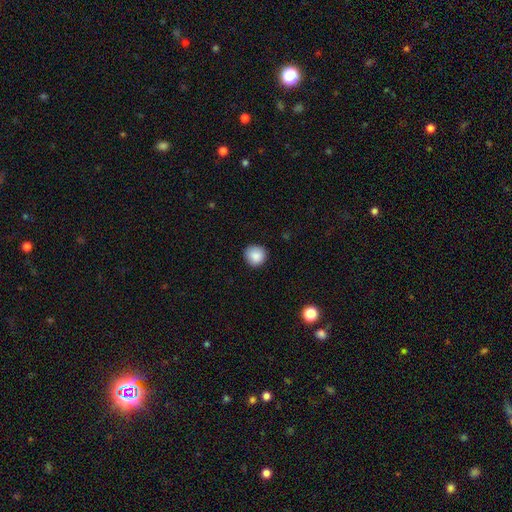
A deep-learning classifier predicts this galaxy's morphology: type=smooth (88%); roundness=round (92%); merging=none (89%).